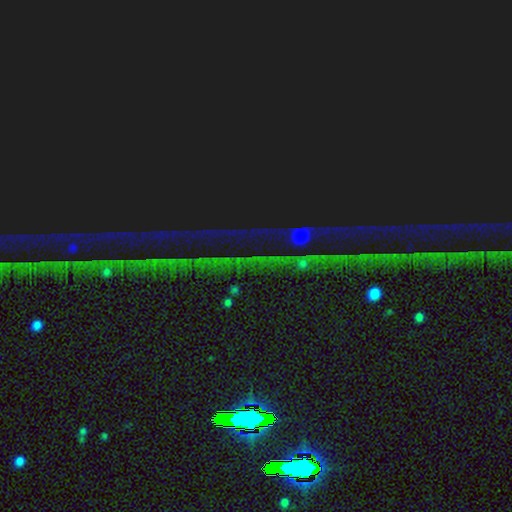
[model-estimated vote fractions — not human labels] Q: Smooth or featured?
A: star or artifact (76%); runner-up: smooth (12%)